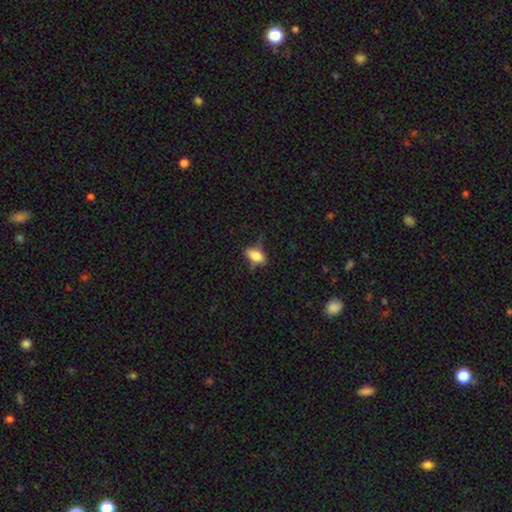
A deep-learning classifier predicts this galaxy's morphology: Q: Smooth or featured?
A: smooth (67%); runner-up: featured or disk (22%)
Q: How rounded?
A: in between (83%); runner-up: round (9%)
Q: Merging?
A: none (54%); runner-up: minor disturbance (29%)